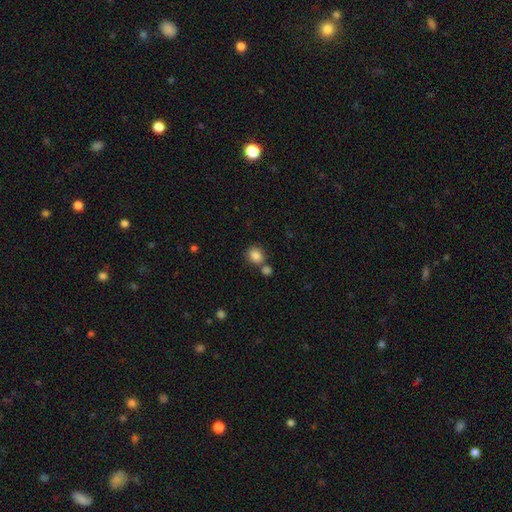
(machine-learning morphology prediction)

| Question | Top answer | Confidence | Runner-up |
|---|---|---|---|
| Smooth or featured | smooth | 85% | star or artifact (9%) |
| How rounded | round | 61% | in between (38%) |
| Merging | none | 60% | merger (25%) |